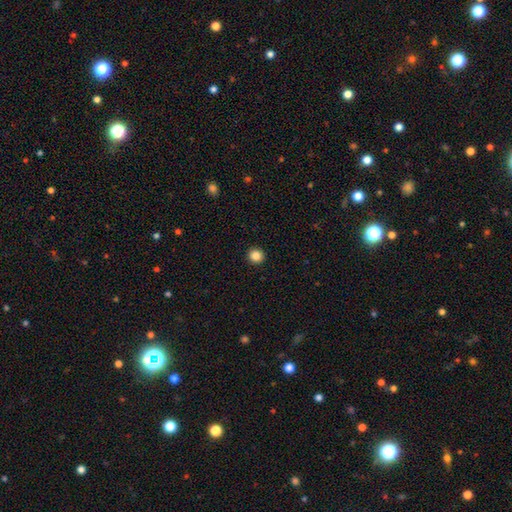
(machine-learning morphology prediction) smooth_or_featured: smooth (p=0.85) [alt: star or artifact p=0.11]
how_rounded: round (p=0.93) [alt: in between p=0.06]
merging: none (p=0.94) [alt: minor disturbance p=0.04]